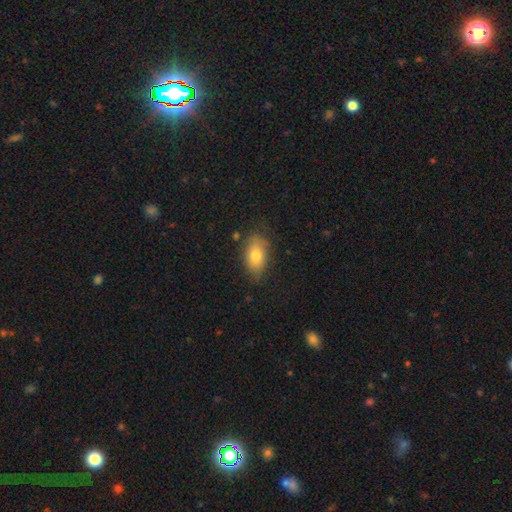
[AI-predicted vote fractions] smooth_or_featured: smooth (p=0.77) [alt: featured or disk p=0.15]
how_rounded: in between (p=0.87) [alt: round p=0.11]
merging: none (p=0.71) [alt: minor disturbance p=0.22]